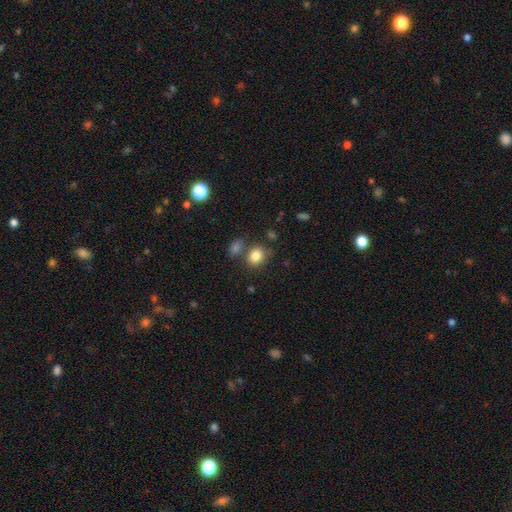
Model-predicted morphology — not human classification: This appears to be a smooth galaxy with no disk features (83%) that is round (57%). Merging: none (66%).